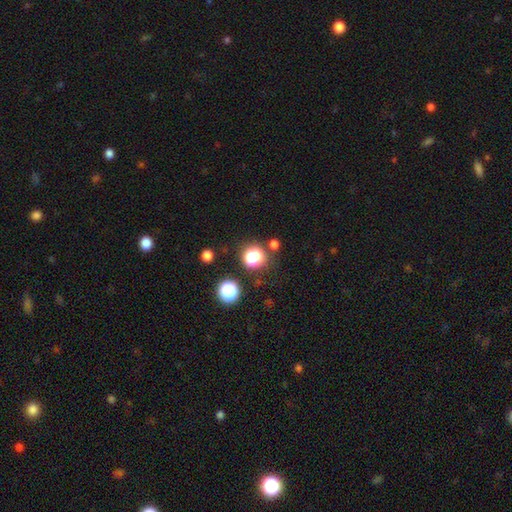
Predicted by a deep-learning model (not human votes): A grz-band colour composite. It shows a smooth galaxy with no disk features (73%) that is round (80%). Merging: none (67%).